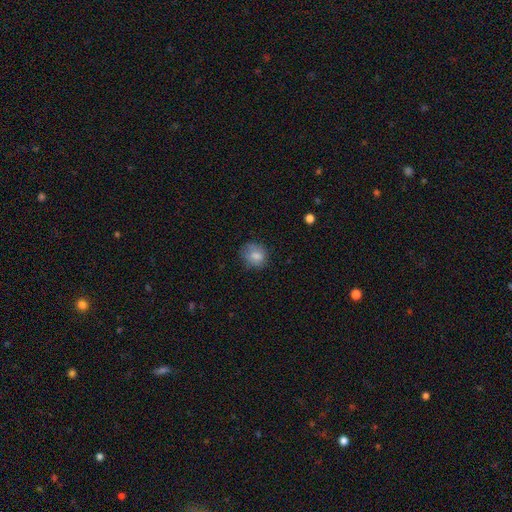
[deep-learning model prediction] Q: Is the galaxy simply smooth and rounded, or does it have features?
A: smooth — 81%.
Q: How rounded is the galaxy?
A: round — 72%.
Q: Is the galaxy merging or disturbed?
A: none — 70%.